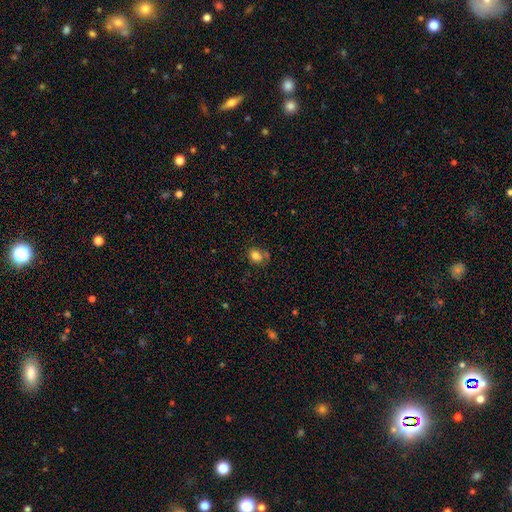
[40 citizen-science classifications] smooth 72%, featured or disk 18%, star or artifact 10%. Down the decision tree: how rounded — in between (62%); merging — none (56%).